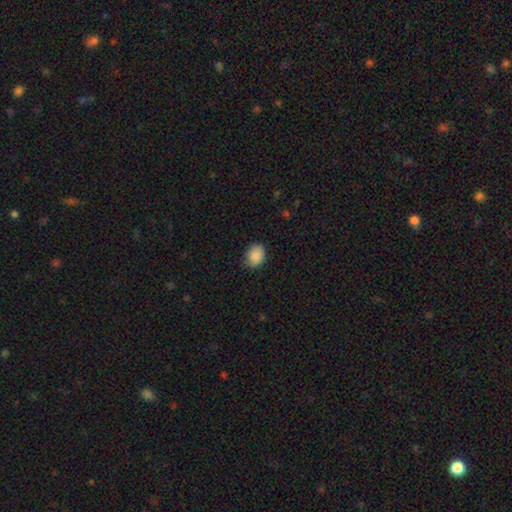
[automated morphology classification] A smooth galaxy with no disk features (88%) that is in between round and cigar-shaped (65%).

Vote fractions:
- Smooth or featured? smooth: 88% / star or artifact: 7% / featured or disk: 5%
- How rounded? in between: 65% / round: 34% / cigar-shaped: 1%
- Merging? none: 78% / minor disturbance: 18% / major disturbance: 3% / merger: 1%